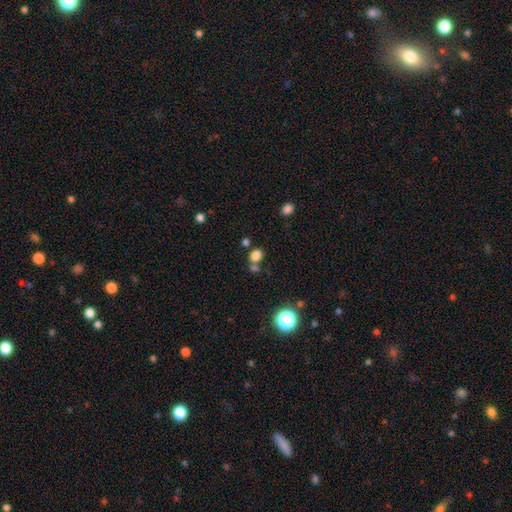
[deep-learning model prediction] A smooth galaxy with no disk features (79%) that is round (60%). Merging: none (56%).